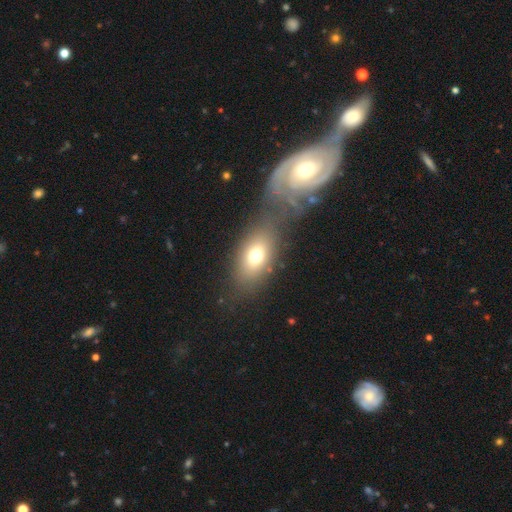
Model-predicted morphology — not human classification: Q: Smooth or featured?
A: smooth (70%); runner-up: featured or disk (19%)
Q: How rounded?
A: in between (78%); runner-up: round (17%)
Q: Merging?
A: none (53%); runner-up: merger (26%)